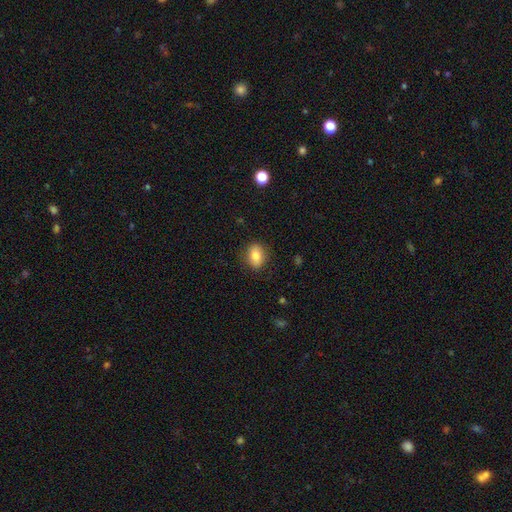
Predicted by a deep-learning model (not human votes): Smooth or featured?
  - smooth: 78% *
  - featured or disk: 13%
  - star or artifact: 8%
How rounded?
  - in between: 61% *
  - round: 38%
  - cigar-shaped: 2%
Merging?
  - none: 85% *
  - minor disturbance: 11%
  - major disturbance: 3%
  - merger: 1%